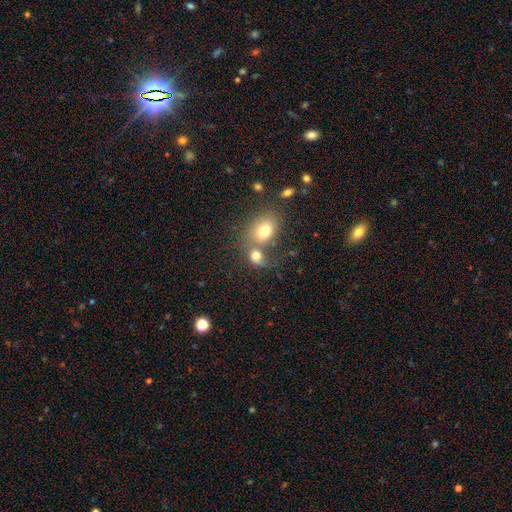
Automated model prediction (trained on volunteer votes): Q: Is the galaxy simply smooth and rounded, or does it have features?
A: smooth — 74%.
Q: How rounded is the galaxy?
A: in between — 52%.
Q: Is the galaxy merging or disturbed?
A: merger — 55%.